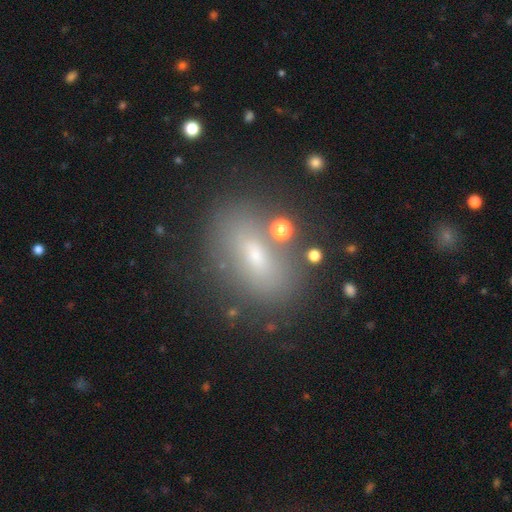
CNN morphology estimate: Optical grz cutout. It shows a smooth galaxy with no disk features (58%) that is in between round and cigar-shaped (80%). Merging: none (75%).